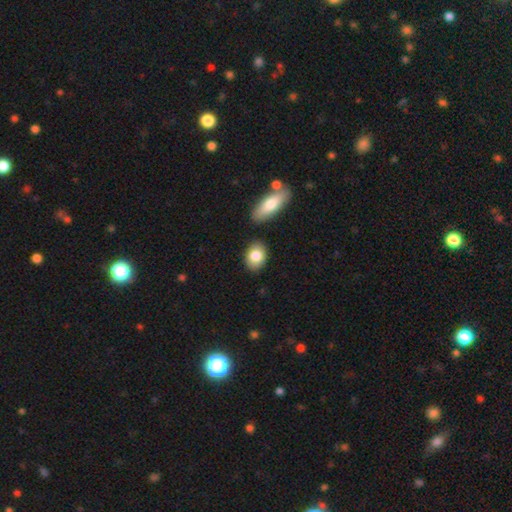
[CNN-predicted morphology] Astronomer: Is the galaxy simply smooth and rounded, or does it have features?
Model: smooth — 81%.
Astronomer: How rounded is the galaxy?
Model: in between — 76%.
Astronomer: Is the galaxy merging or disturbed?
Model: none — 81%.